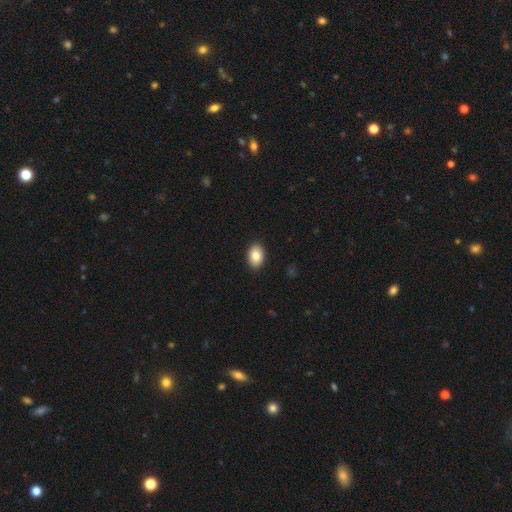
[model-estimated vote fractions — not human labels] Q: Smooth or featured?
A: smooth (87%); runner-up: star or artifact (7%)
Q: How rounded?
A: in between (87%); runner-up: round (11%)
Q: Merging?
A: none (91%); runner-up: minor disturbance (7%)